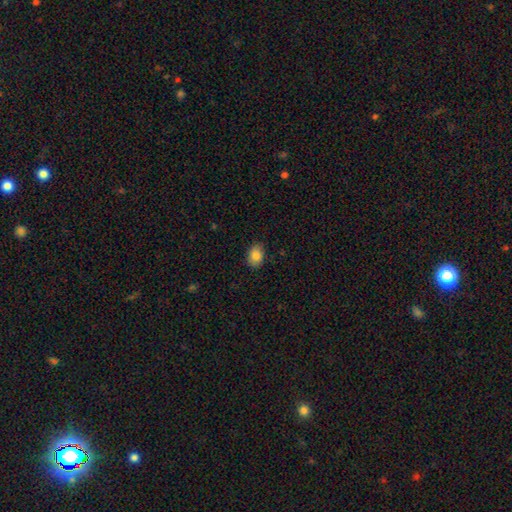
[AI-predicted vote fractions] smooth 86%, star or artifact 8%, featured or disk 6%. Down the decision tree: how rounded — in between (74%); merging — none (83%).